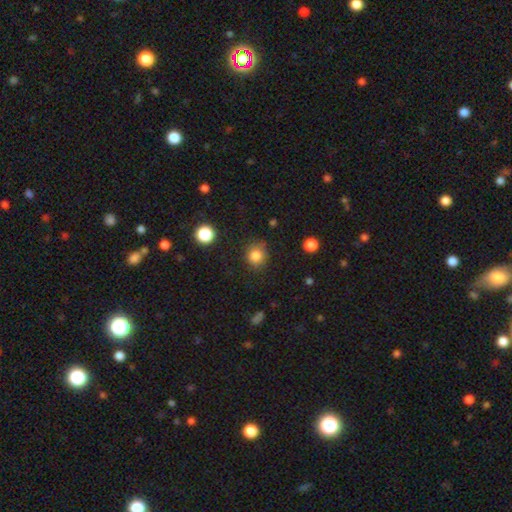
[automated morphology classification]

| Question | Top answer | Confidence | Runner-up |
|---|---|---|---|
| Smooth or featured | smooth | 84% | star or artifact (11%) |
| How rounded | round | 86% | in between (14%) |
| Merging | none | 82% | minor disturbance (13%) |